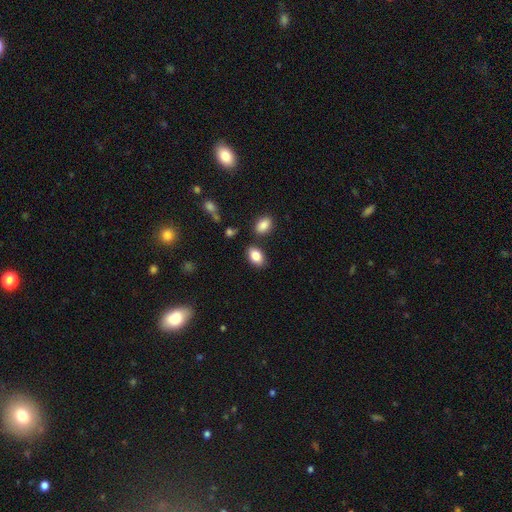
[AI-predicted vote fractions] Smooth or featured: smooth — 85% (star or artifact — 8%)
How rounded: in between — 89% (round — 10%)
Merging: none — 80% (minor disturbance — 11%)